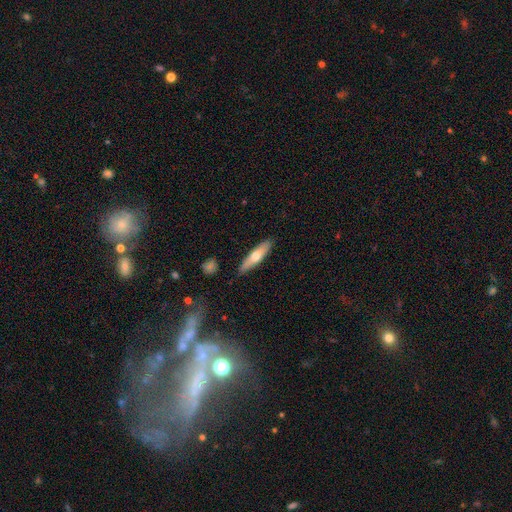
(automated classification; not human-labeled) Smooth or featured? smooth (57%)
How rounded? cigar-shaped (73%)
Merging? none (85%)